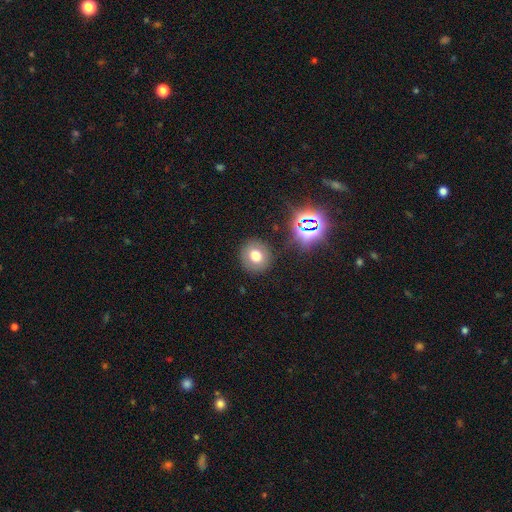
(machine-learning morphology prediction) Overall: smooth (69%). How rounded: round (87%). Merging: none (87%).